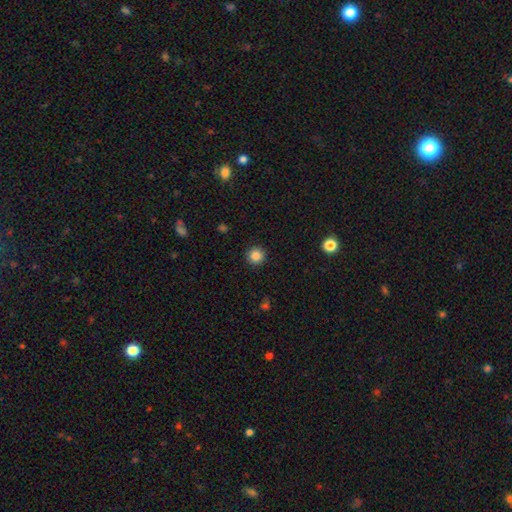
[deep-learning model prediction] Smooth or featured? smooth (85%)
How rounded? round (95%)
Merging? none (92%)